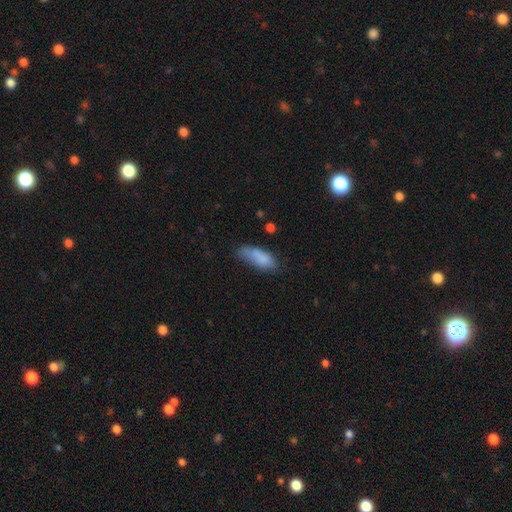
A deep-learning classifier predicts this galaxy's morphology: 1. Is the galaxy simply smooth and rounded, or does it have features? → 80% smooth, 12% featured or disk, 8% star or artifact.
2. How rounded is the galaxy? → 72% in between, 26% cigar-shaped, 2% round.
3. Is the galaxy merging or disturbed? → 52% none, 30% minor disturbance, 11% major disturbance, 6% merger.